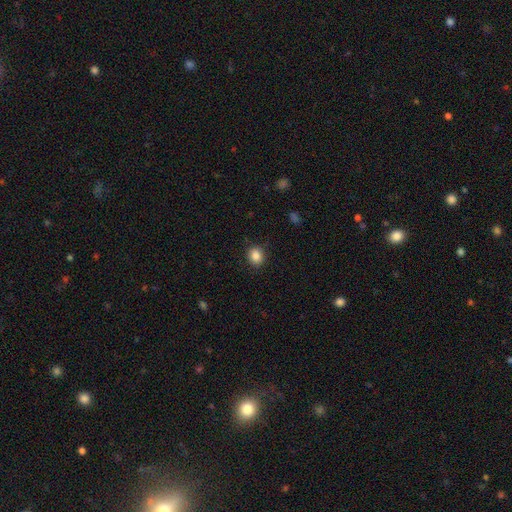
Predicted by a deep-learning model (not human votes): Q: Smooth or featured?
A: smooth (86%); runner-up: star or artifact (10%)
Q: How rounded?
A: round (67%); runner-up: in between (32%)
Q: Merging?
A: none (88%); runner-up: minor disturbance (8%)